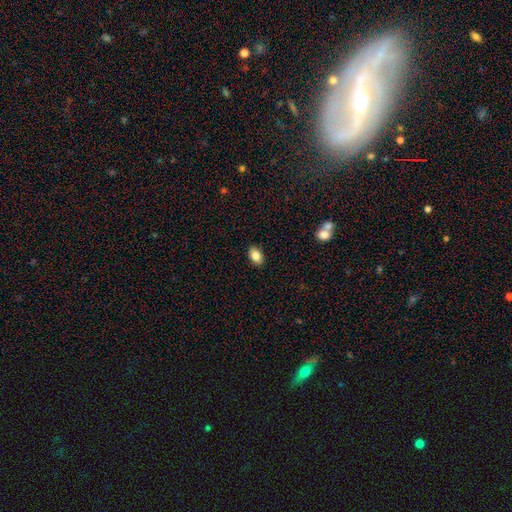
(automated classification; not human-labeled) Smooth or featured: smooth — 85% (star or artifact — 8%)
How rounded: in between — 88% (round — 11%)
Merging: none — 89% (minor disturbance — 8%)